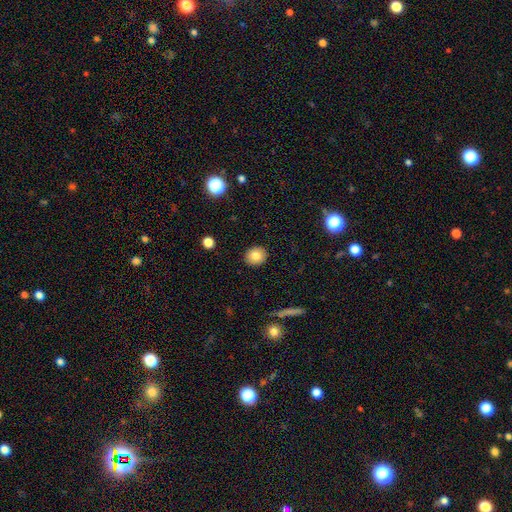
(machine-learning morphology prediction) This appears to be a smooth galaxy with no disk features (82%) that is round (80%). Merging: none (91%).